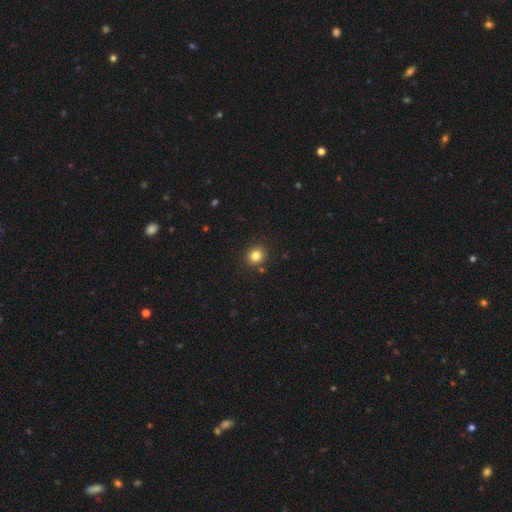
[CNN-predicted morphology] Smooth or featured?
  - smooth: 82% *
  - star or artifact: 12%
  - featured or disk: 6%
How rounded?
  - round: 83% *
  - in between: 16%
  - cigar-shaped: 1%
Merging?
  - none: 89% *
  - minor disturbance: 7%
  - merger: 3%
  - major disturbance: 2%